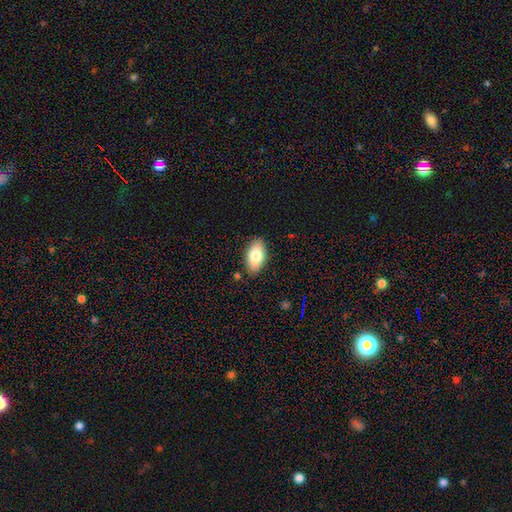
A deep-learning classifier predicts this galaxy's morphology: Smooth or featured?
  - smooth: 80% *
  - featured or disk: 13%
  - star or artifact: 7%
How rounded?
  - in between: 93% *
  - round: 4%
  - cigar-shaped: 3%
Merging?
  - none: 85% *
  - minor disturbance: 11%
  - major disturbance: 2%
  - merger: 2%